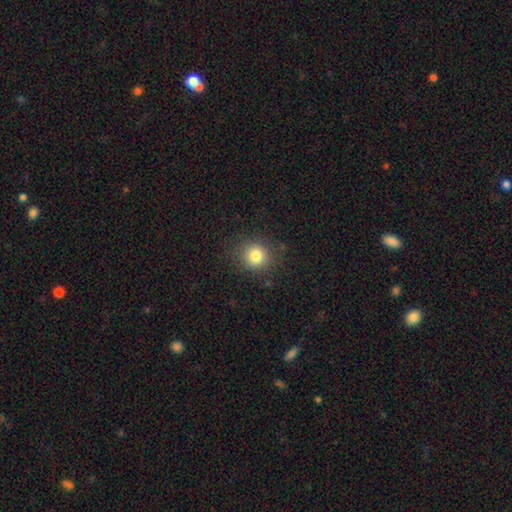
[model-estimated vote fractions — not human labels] This appears to be a smooth galaxy with no disk features (82%) that is round (88%). Merging: none (87%).